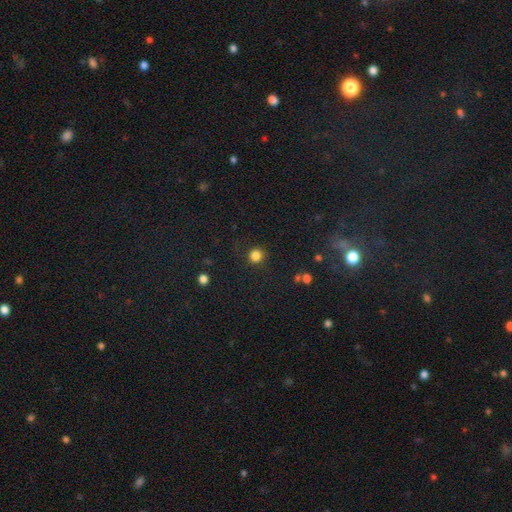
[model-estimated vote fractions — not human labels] Smooth or featured?
  - smooth: 84% *
  - star or artifact: 12%
  - featured or disk: 4%
How rounded?
  - round: 92% *
  - in between: 7%
  - cigar-shaped: 1%
Merging?
  - none: 88% *
  - minor disturbance: 7%
  - major disturbance: 3%
  - merger: 1%